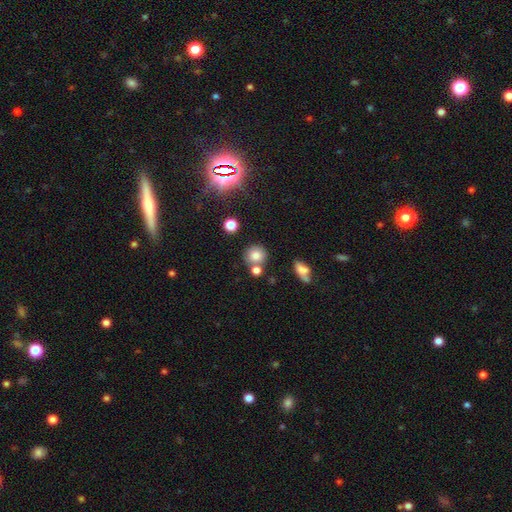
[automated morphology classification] This appears to be a smooth galaxy with no disk features (78%) that is round (87%). Merging: none (67%).